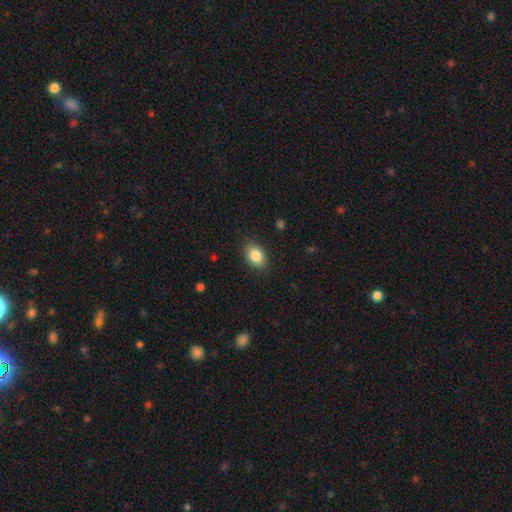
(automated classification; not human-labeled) Smooth or featured? Predicted: smooth (p=0.85). How rounded? Predicted: in between (p=0.82). Merging? Predicted: none (p=0.86).